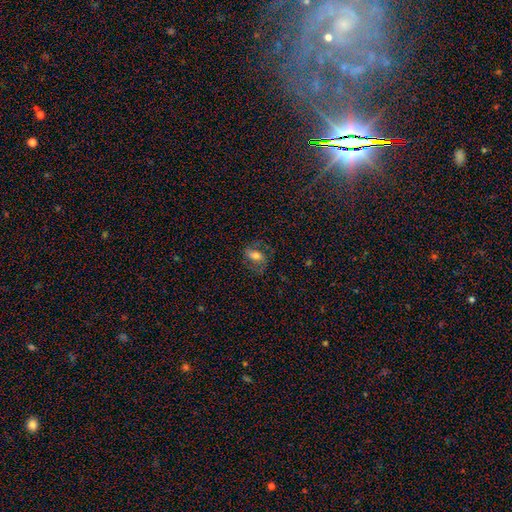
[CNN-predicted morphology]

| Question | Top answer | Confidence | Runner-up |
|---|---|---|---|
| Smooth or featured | smooth | 50% | featured or disk (39%) |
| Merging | none | 67% | minor disturbance (19%) |